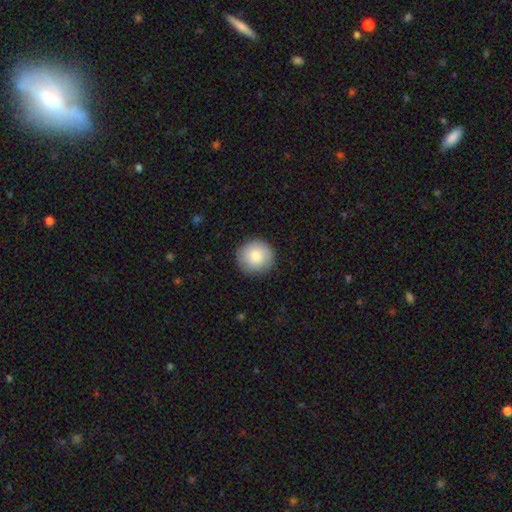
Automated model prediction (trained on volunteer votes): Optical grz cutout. It shows a smooth galaxy with no disk features (83%) that is round (93%). Merging: none (89%).